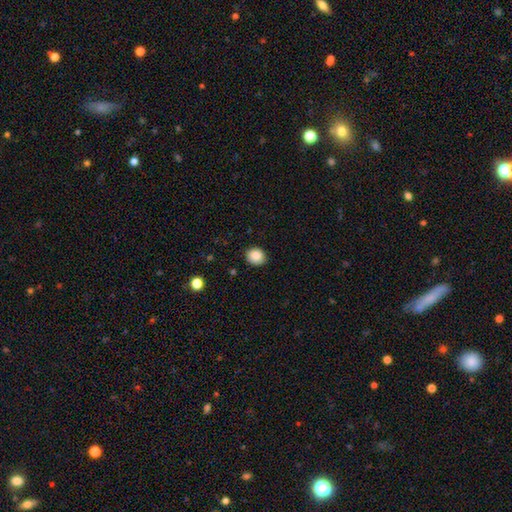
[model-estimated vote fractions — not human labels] This appears to be a smooth galaxy with no disk features (87%) that is round (71%). Merging: none (84%).